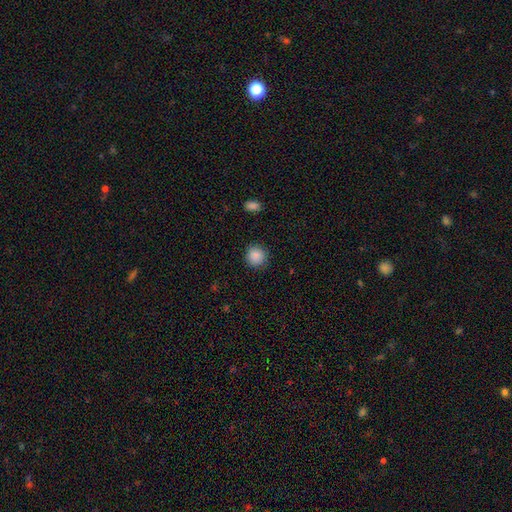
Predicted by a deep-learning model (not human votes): A smooth galaxy with no disk features (88%) that is round (93%). Merging: none (89%).